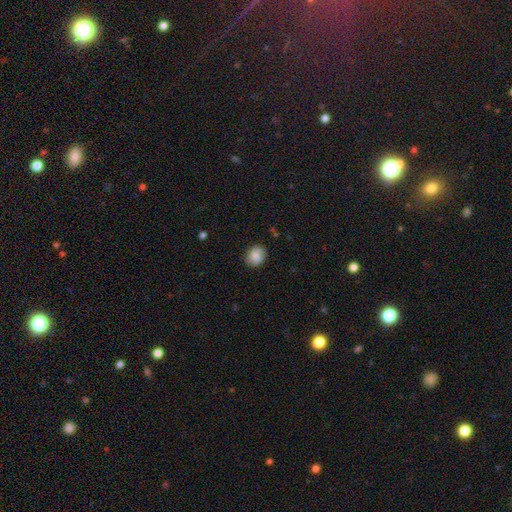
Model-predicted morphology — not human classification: smooth 87%, star or artifact 8%, featured or disk 6%. Down the decision tree: how rounded — round (54%); merging — none (84%).